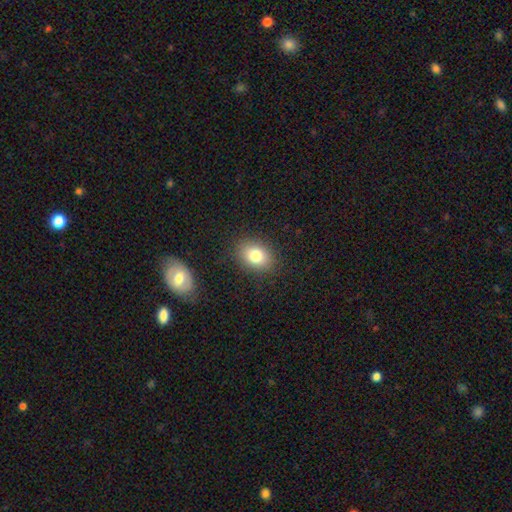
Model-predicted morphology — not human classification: type=smooth (80%); roundness=in between (67%); merging=none (86%).